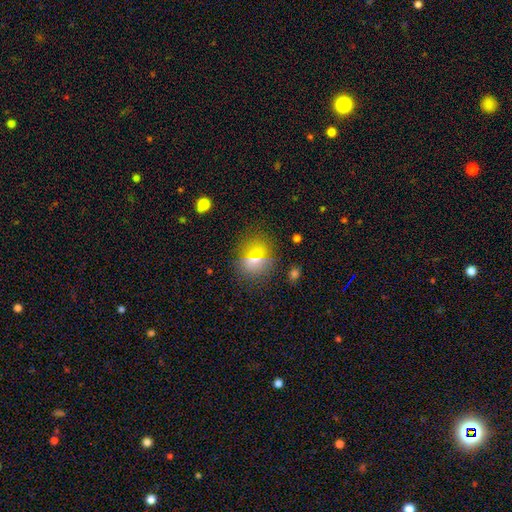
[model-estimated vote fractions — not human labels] smooth_or_featured: smooth (p=0.65) [alt: star or artifact p=0.22]
how_rounded: round (p=0.77) [alt: in between p=0.21]
merging: none (p=0.83) [alt: minor disturbance p=0.10]